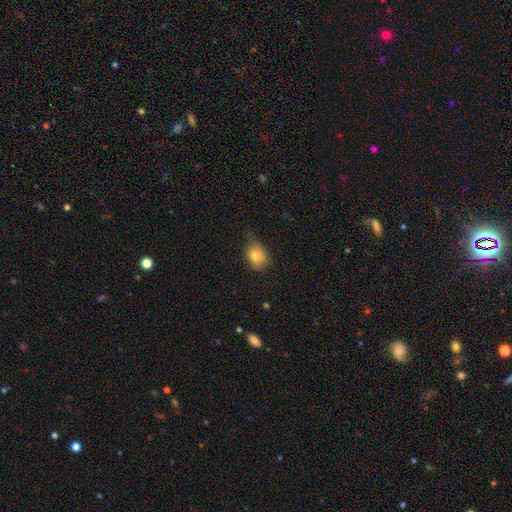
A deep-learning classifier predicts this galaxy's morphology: Smooth or featured? smooth (79%)
How rounded? in between (58%)
Merging? none (48%)